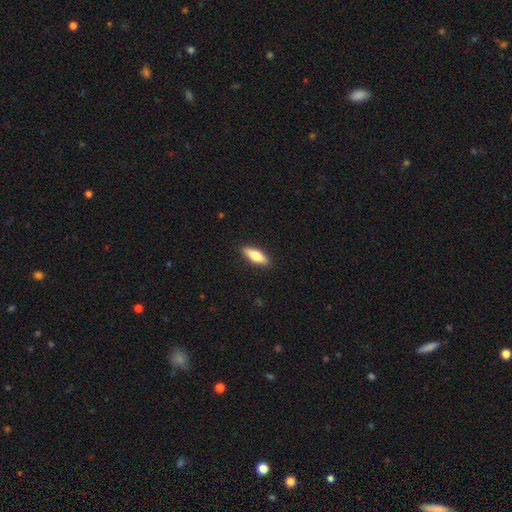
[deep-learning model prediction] Overall: smooth (67%; featured or disk 28%). How rounded: in between (57%; cigar-shaped 41%). Merging: none (90%).